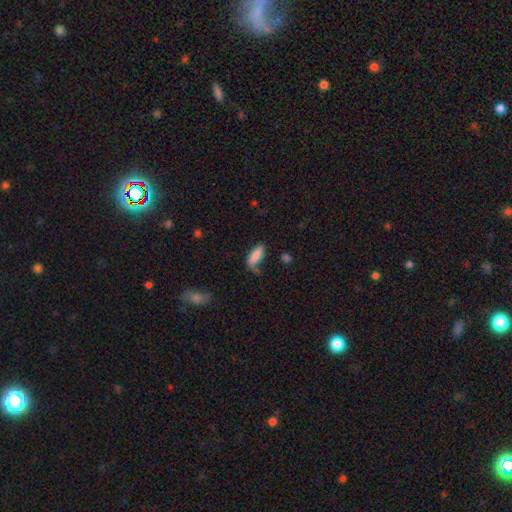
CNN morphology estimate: smooth_or_featured: smooth (p=0.80) [alt: featured or disk p=0.12]
how_rounded: in between (p=0.72) [alt: cigar-shaped p=0.26]
merging: none (p=0.44) [alt: minor disturbance p=0.31]